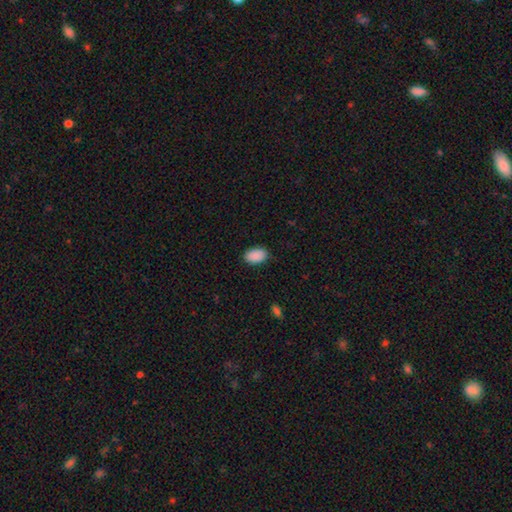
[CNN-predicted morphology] Smooth or featured?
  - smooth: 90% *
  - star or artifact: 7%
  - featured or disk: 3%
How rounded?
  - in between: 91% *
  - round: 8%
  - cigar-shaped: 1%
Merging?
  - none: 86% *
  - minor disturbance: 11%
  - major disturbance: 2%
  - merger: 1%